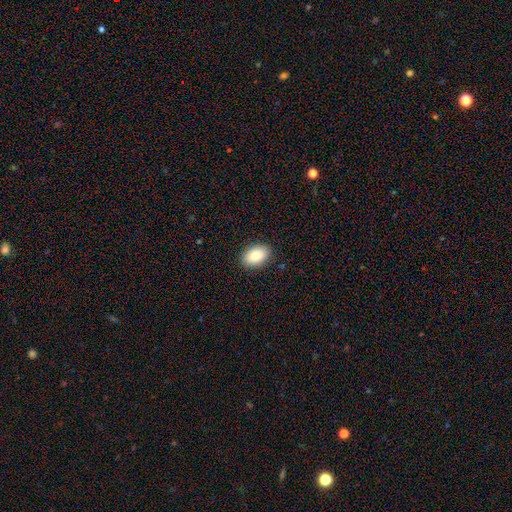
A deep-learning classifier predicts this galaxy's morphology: Smooth or featured? smooth (85%)
How rounded? in between (87%)
Merging? none (89%)